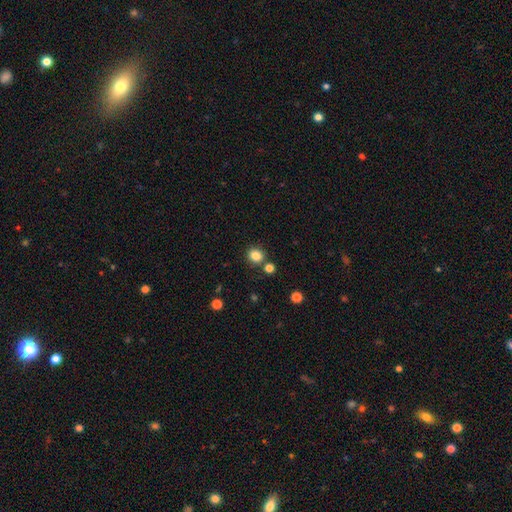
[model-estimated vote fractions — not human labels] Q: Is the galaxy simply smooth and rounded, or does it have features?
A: smooth — 83%.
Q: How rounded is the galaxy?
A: round — 82%.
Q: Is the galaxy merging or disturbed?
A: none — 81%.